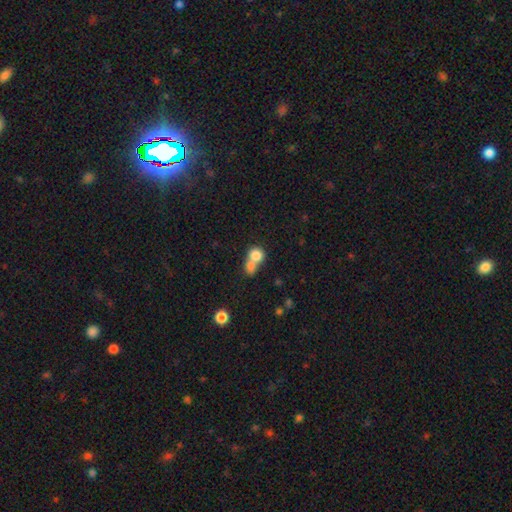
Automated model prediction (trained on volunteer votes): The model was most divided on "merging": merger: 66%, none: 25%, minor disturbance: 6%, major disturbance: 3%. More confident: smooth or featured — smooth (80%); how rounded — round (74%).